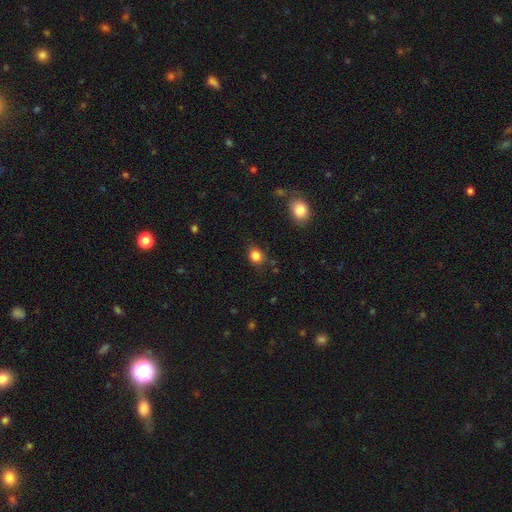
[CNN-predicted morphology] Smooth or featured: smooth — 84% (star or artifact — 11%)
How rounded: round — 63% (in between — 36%)
Merging: none — 79% (minor disturbance — 15%)